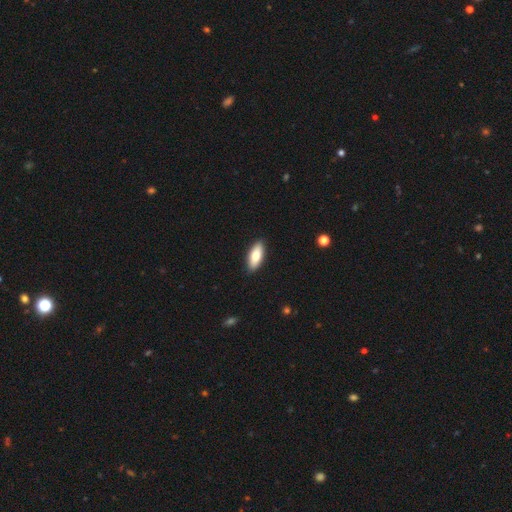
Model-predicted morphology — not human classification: smooth_or_featured: smooth (p=0.76) [alt: featured or disk p=0.19]
how_rounded: in between (p=0.78) [alt: cigar-shaped p=0.20]
merging: none (p=0.90) [alt: minor disturbance p=0.07]